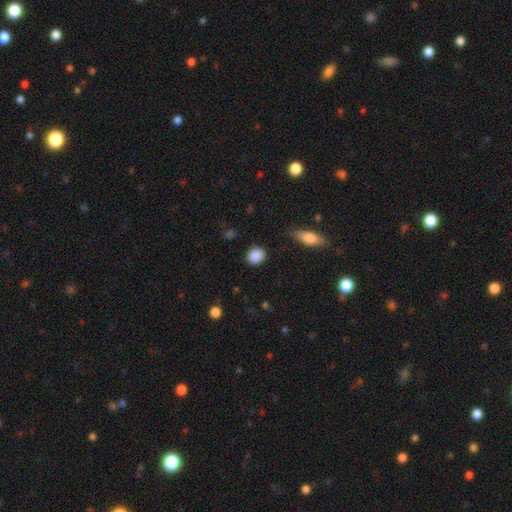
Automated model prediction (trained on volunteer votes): Smooth or featured: smooth — 89% (star or artifact — 8%)
How rounded: round — 74% (in between — 25%)
Merging: none — 84% (minor disturbance — 11%)